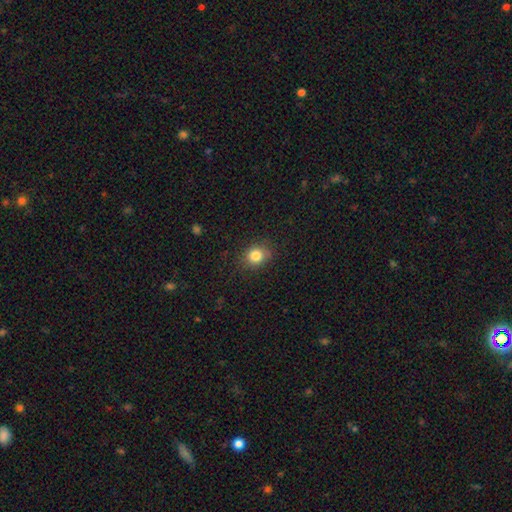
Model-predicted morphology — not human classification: The model was most divided on "how rounded": round: 70%, in between: 29%, cigar-shaped: 1%. More confident: smooth or featured — smooth (83%); merging — none (81%).